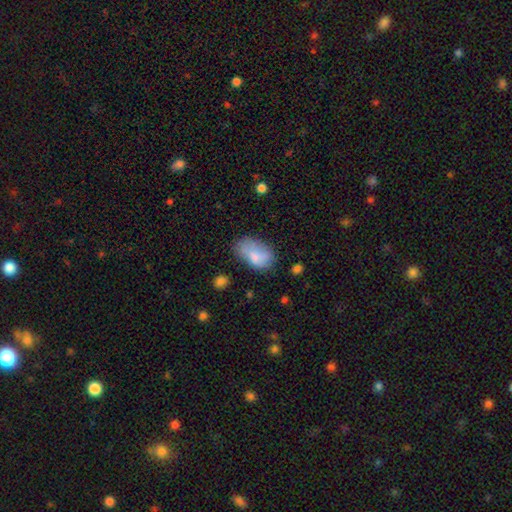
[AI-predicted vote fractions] Overall: smooth (77%). How rounded: in between (91%). Merging: none (46%; minor disturbance 31%).